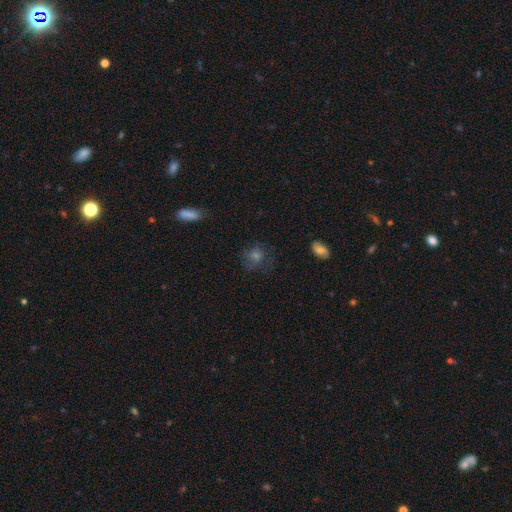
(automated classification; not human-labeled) This is possibly a smooth galaxy (51%). How rounded: likely round (74%). Merging: likely none (66%).